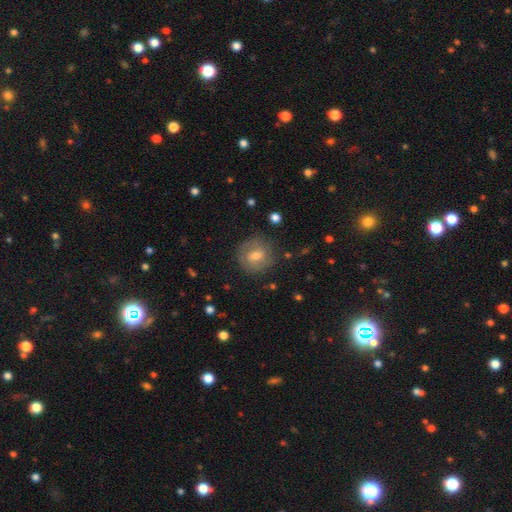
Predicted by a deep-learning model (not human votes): Smooth or featured? smooth (51%)
How rounded? round (84%)
Merging? none (79%)